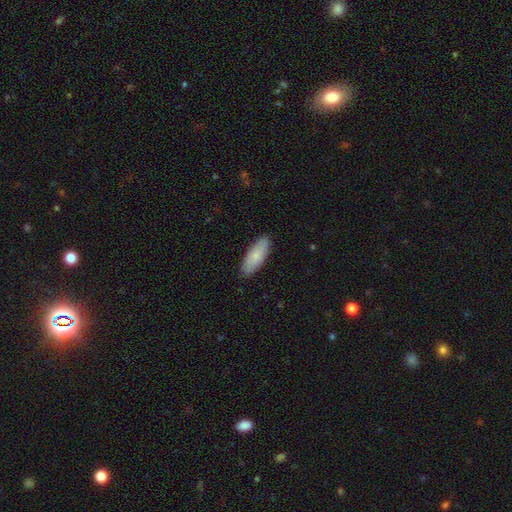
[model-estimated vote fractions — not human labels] smooth_or_featured: smooth (p=0.80) [alt: featured or disk p=0.15]
how_rounded: in between (p=0.71) [alt: cigar-shaped p=0.27]
merging: none (p=0.87) [alt: minor disturbance p=0.11]